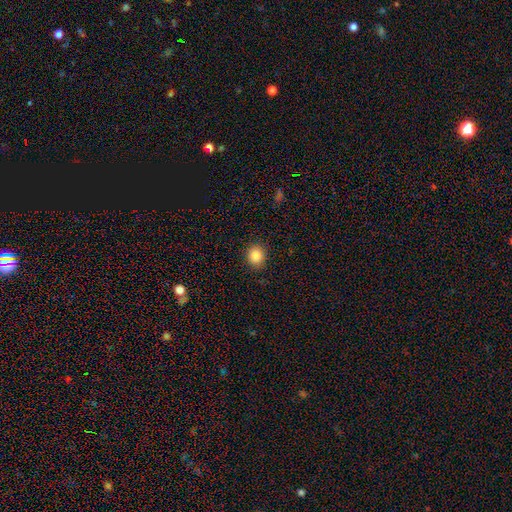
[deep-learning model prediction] smooth 86%, star or artifact 10%, featured or disk 4%. Down the decision tree: how rounded — round (76%); merging — none (90%).